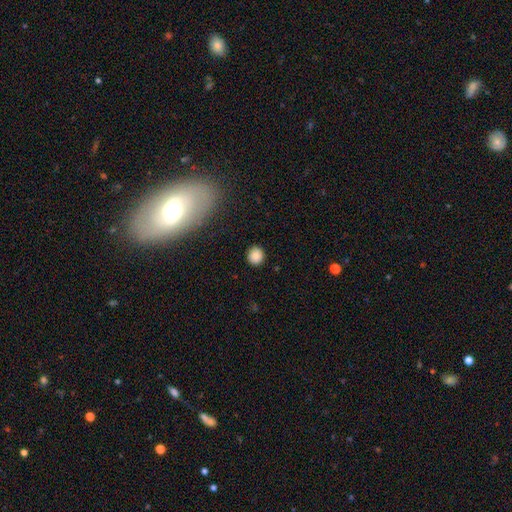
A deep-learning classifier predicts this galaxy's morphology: The model was most divided on "smooth or featured": smooth: 85%, star or artifact: 10%, featured or disk: 5%. More confident: merging — none (89%); how rounded — round (89%).